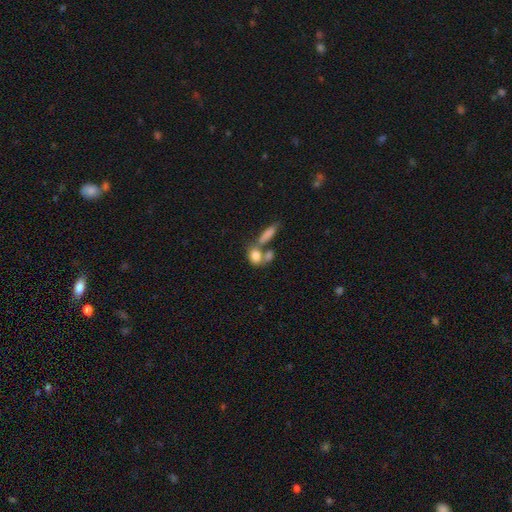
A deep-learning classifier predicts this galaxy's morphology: Q: Smooth or featured?
A: smooth (77%); runner-up: featured or disk (14%)
Q: How rounded?
A: in between (65%); runner-up: round (29%)
Q: Merging?
A: merger (46%); runner-up: none (37%)